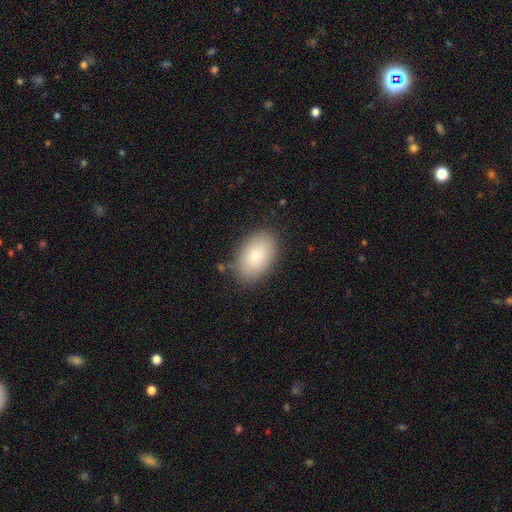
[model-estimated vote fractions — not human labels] Q: Smooth or featured?
A: smooth (81%); runner-up: featured or disk (12%)
Q: How rounded?
A: in between (90%); runner-up: round (8%)
Q: Merging?
A: none (85%); runner-up: minor disturbance (11%)